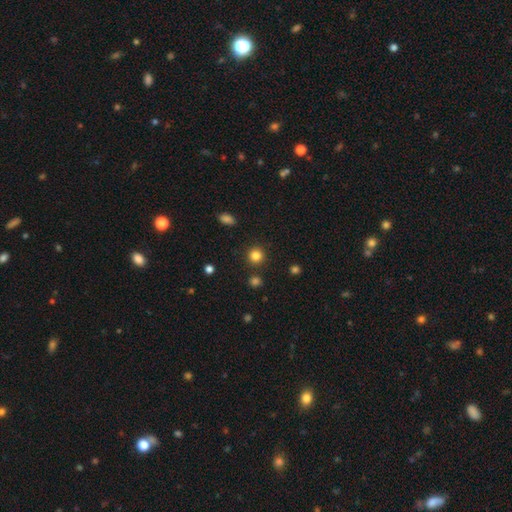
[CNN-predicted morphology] A smooth galaxy with no disk features (83%) that is round (93%).

Vote fractions:
- Smooth or featured? smooth: 83% / star or artifact: 13% / featured or disk: 5%
- How rounded? round: 93% / in between: 6% / cigar-shaped: 1%
- Merging? none: 89% / minor disturbance: 6% / merger: 3% / major disturbance: 2%